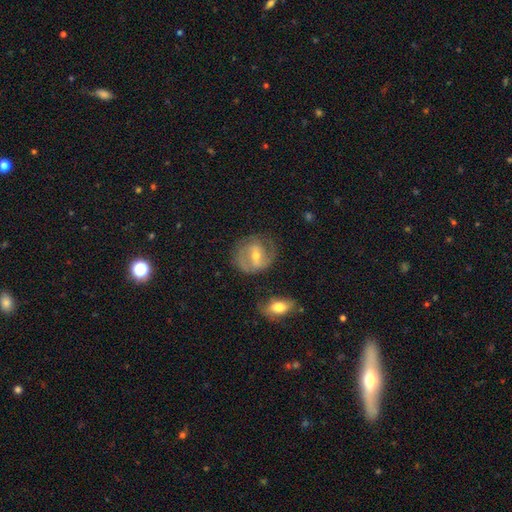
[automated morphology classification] Overall: featured or disk (74%). Edge-on disk: no (96%). Bar: weak (47%; strong 34%). Spiral arms: yes (86%). Spiral arm count: 2 (73%). Spiral winding: medium (46%; tight 36%). Bulge size: moderate (55%; small 41%). Merging: none (68%).